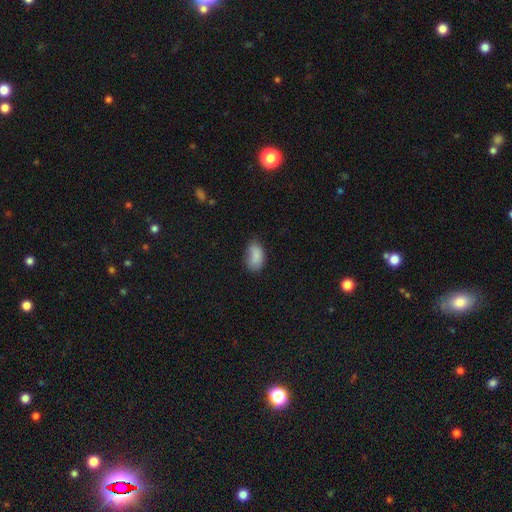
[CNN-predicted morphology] Smooth or featured: smooth — 84% (star or artifact — 8%)
How rounded: in between — 91% (round — 7%)
Merging: none — 59% (minor disturbance — 30%)